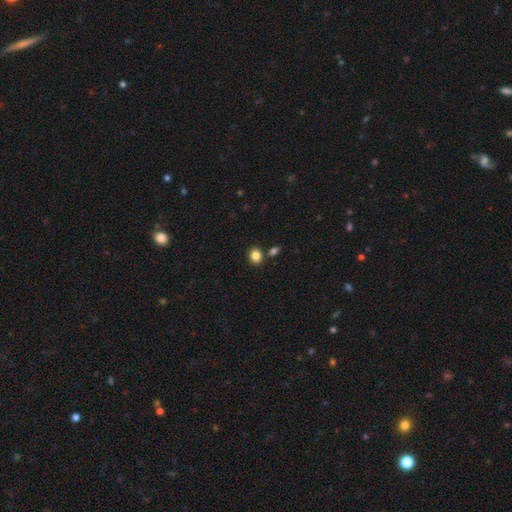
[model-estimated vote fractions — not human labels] smooth 85%, star or artifact 10%, featured or disk 5%. Down the decision tree: how rounded — round (56%); merging — none (79%).